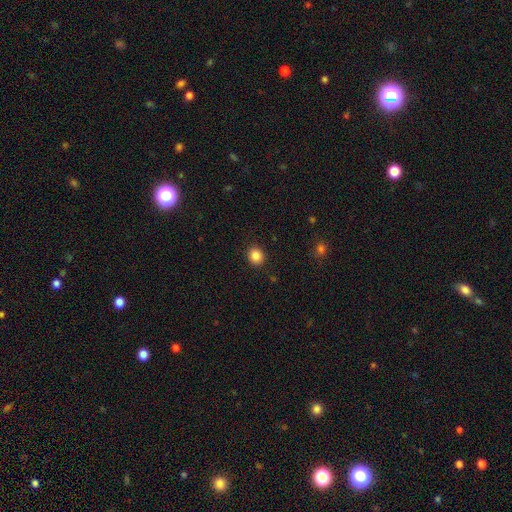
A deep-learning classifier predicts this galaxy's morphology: This is clearly a smooth galaxy (86%). How rounded: clearly round (82%). Merging: clearly none (91%).